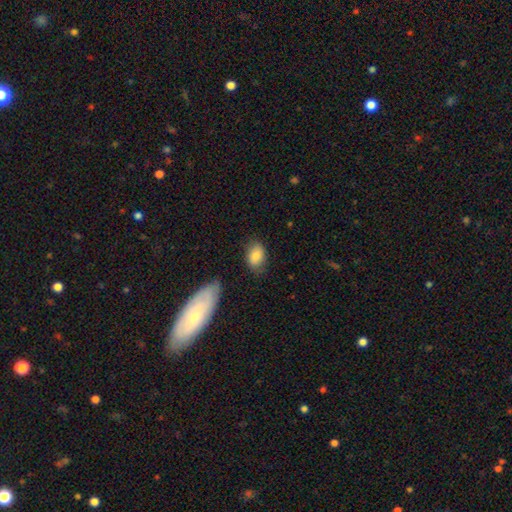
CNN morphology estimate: type=smooth (82%); roundness=in between (85%); merging=none (73%).